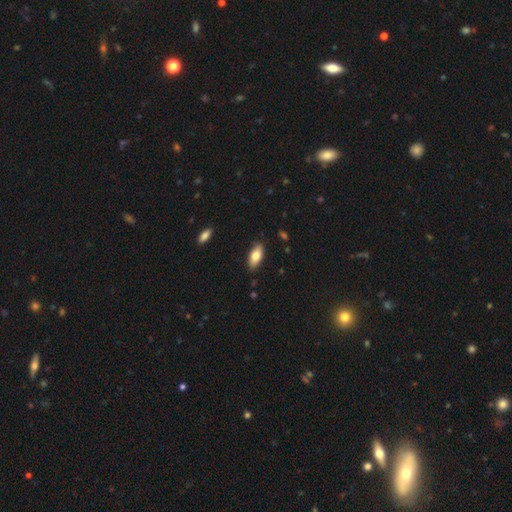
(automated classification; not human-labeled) Morphology: type=smooth (78%); roundness=in between (85%); merging=none (86%).